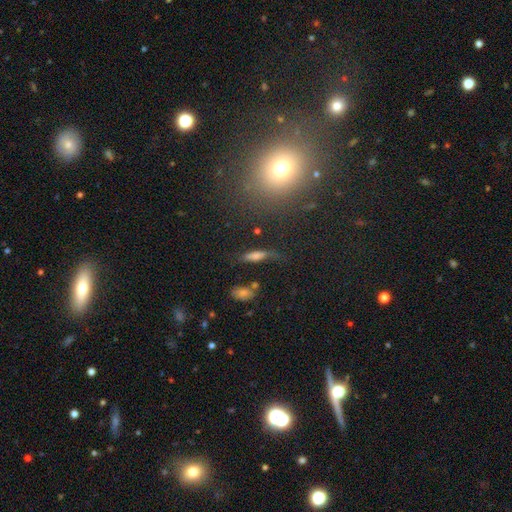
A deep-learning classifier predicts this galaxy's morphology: A smooth galaxy with no disk features (53%) that is cigar-shaped (65%).

Vote fractions:
- Smooth or featured? smooth: 53% / featured or disk: 30% / star or artifact: 17%
- How rounded? cigar-shaped: 65% / in between: 29% / round: 6%
- Merging? none: 60% / minor disturbance: 22% / major disturbance: 12% / merger: 7%